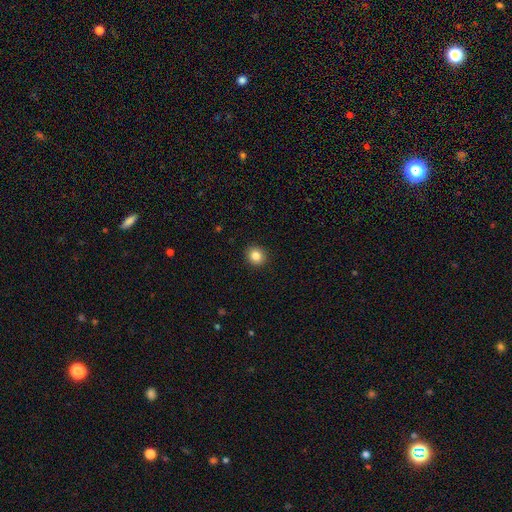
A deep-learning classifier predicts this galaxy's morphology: Smooth or featured? smooth (84%)
How rounded? round (87%)
Merging? none (92%)